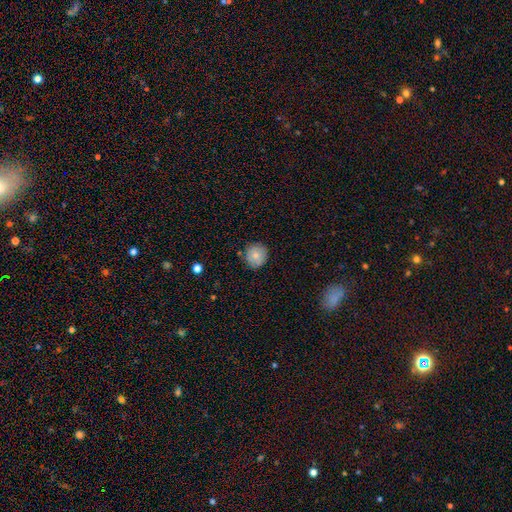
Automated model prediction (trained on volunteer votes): Smooth or featured? Predicted: smooth (p=0.77). How rounded? Predicted: round (p=0.91). Merging? Predicted: none (p=0.84).